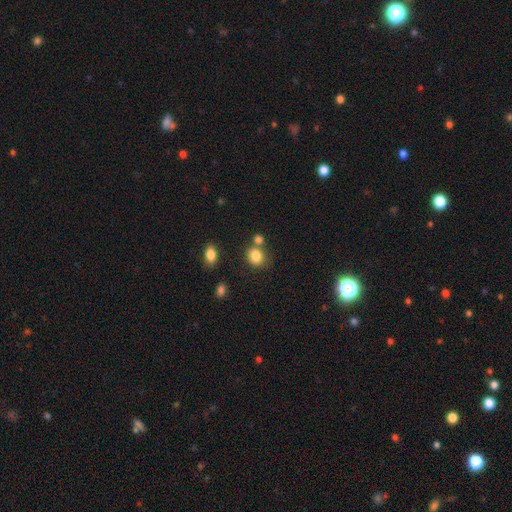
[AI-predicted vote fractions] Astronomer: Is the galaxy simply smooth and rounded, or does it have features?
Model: smooth — 83%.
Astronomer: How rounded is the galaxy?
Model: round — 63%.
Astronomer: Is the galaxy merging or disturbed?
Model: none — 59%.